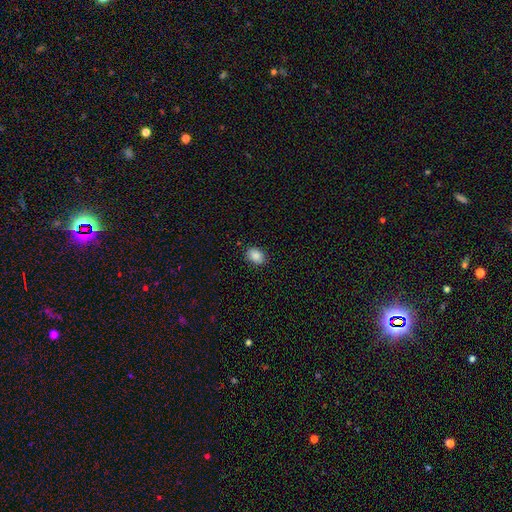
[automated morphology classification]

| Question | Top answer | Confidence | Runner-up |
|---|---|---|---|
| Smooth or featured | smooth | 87% | star or artifact (8%) |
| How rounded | in between | 69% | round (30%) |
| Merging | none | 87% | minor disturbance (10%) |